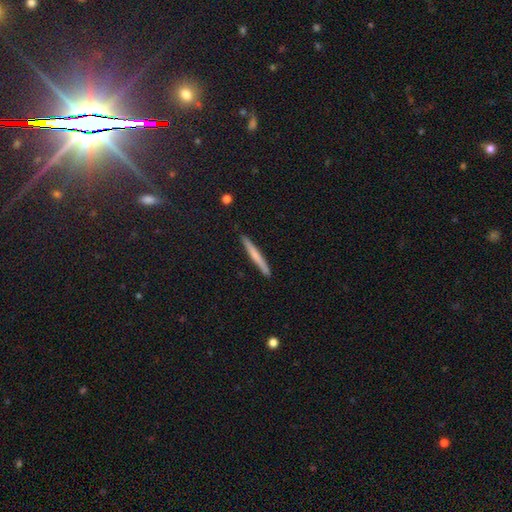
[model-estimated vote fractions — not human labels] Q: Smooth or featured?
A: smooth (59%); runner-up: featured or disk (35%)
Q: How rounded?
A: cigar-shaped (96%); runner-up: in between (2%)
Q: Merging?
A: none (90%); runner-up: minor disturbance (7%)